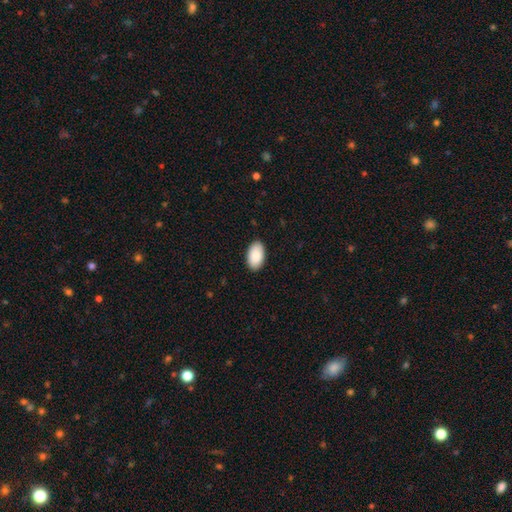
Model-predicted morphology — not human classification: smooth-or-featured: smooth: 89% | star or artifact: 6% | featured or disk: 5%
  how-rounded: in between: 96% | round: 3% | cigar-shaped: 1%
  merging: none: 89% | minor disturbance: 8% | major disturbance: 2% | merger: 1%